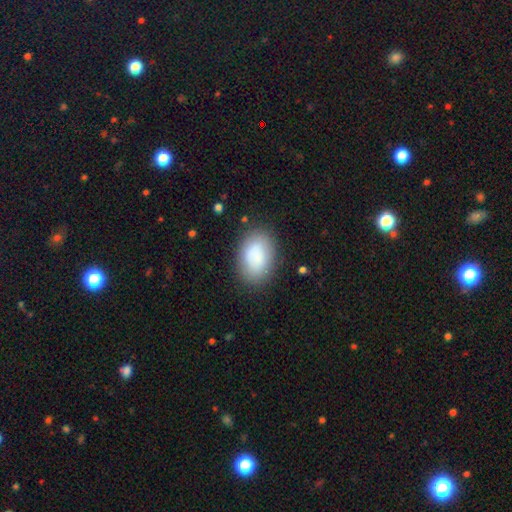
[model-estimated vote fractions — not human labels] This appears to be a smooth galaxy with no disk features (83%) that is in between round and cigar-shaped (83%). Merging: none (80%).